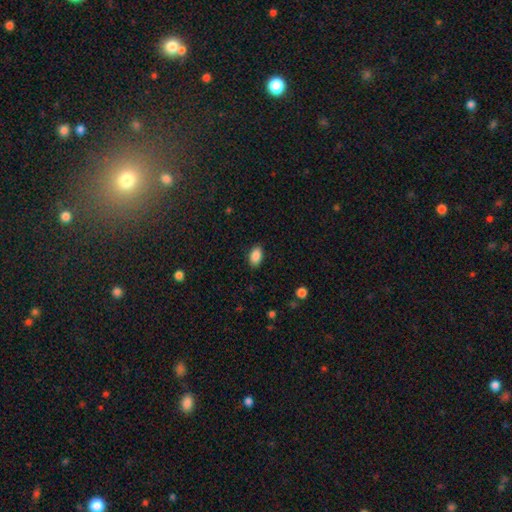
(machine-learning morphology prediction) Q: Smooth or featured?
A: smooth (89%); runner-up: star or artifact (8%)
Q: How rounded?
A: in between (92%); runner-up: round (7%)
Q: Merging?
A: none (87%); runner-up: minor disturbance (9%)